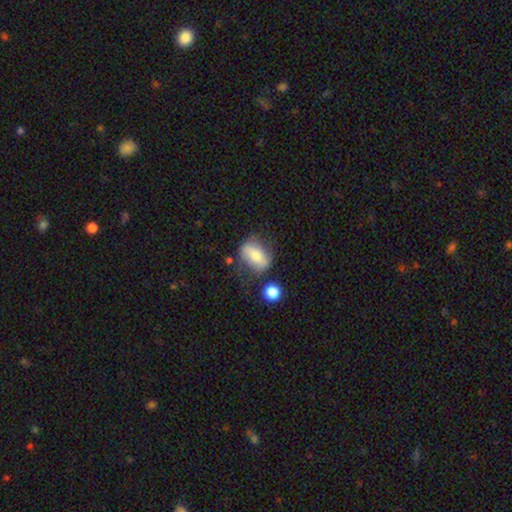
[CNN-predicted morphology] Overall: smooth (57%; featured or disk 36%). How rounded: in between (75%). Merging: none (60%; minor disturbance 23%).